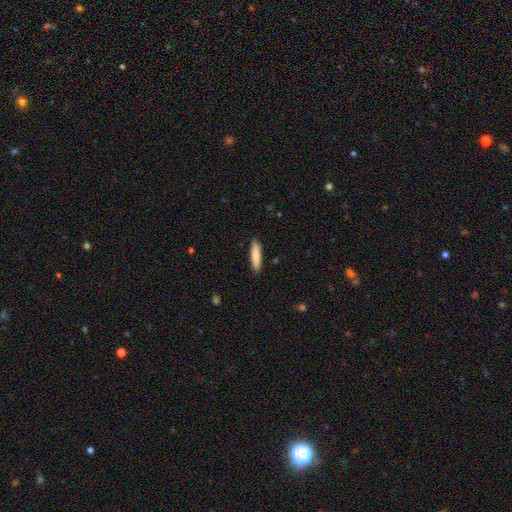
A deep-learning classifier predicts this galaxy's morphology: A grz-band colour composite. It shows a smooth galaxy with no disk features (86%) that is cigar-shaped (80%). Merging: none (90%).